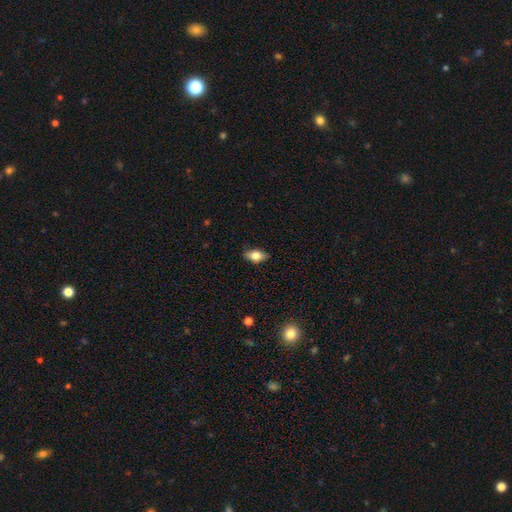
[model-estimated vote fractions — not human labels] Overall: smooth (73%). How rounded: in between (85%). Merging: none (83%).